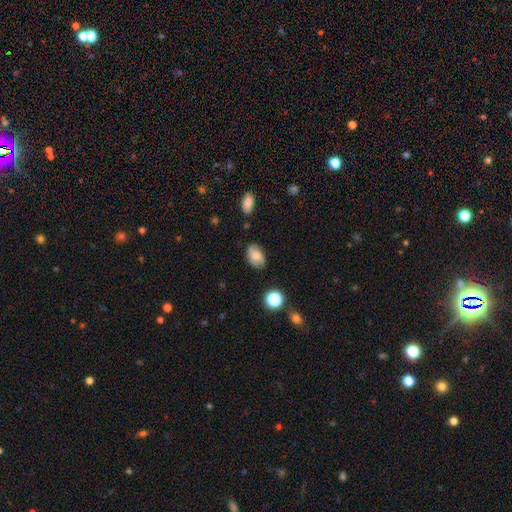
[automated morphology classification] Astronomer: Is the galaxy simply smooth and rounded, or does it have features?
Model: smooth — 75%.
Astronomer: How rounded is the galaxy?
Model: in between — 85%.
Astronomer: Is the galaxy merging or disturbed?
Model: none — 75%.